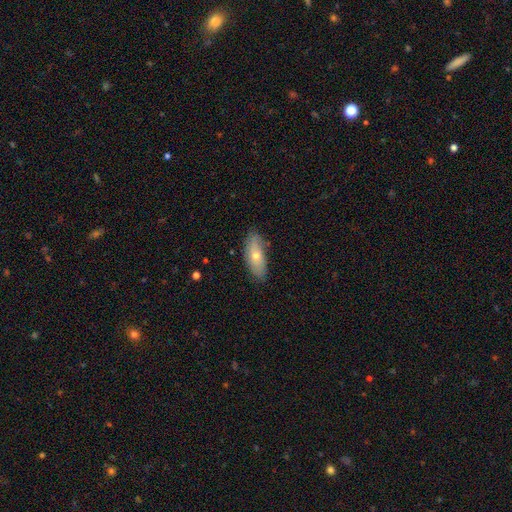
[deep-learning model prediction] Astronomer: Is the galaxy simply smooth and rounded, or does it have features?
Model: smooth — 60%.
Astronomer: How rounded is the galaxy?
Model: in between — 73%.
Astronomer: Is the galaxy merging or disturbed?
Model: none — 80%.